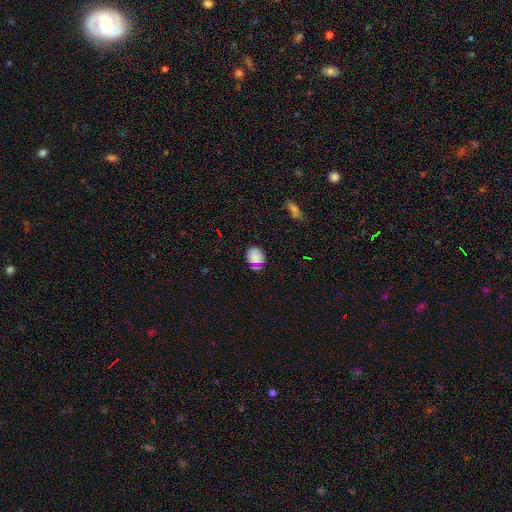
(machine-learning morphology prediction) smooth_or_featured: smooth (p=0.77) [alt: star or artifact p=0.16]
how_rounded: in between (p=0.57) [alt: round p=0.41]
merging: none (p=0.75) [alt: minor disturbance p=0.16]